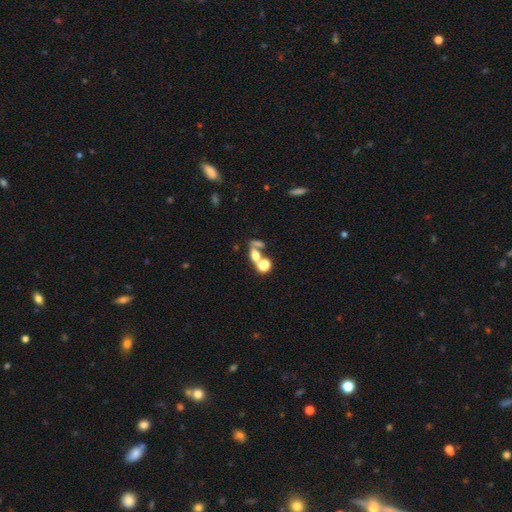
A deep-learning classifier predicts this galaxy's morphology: smooth 58%, featured or disk 24%, star or artifact 18%. Down the decision tree: how rounded — in between (54%); merging — merger (49%).